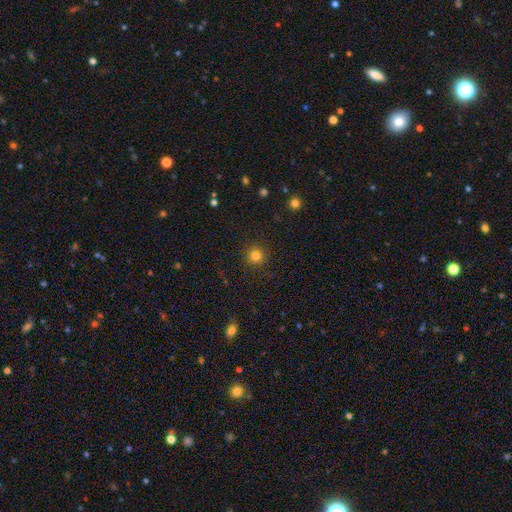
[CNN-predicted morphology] This appears to be a smooth galaxy with no disk features (82%) that is round (94%). Merging: none (91%).